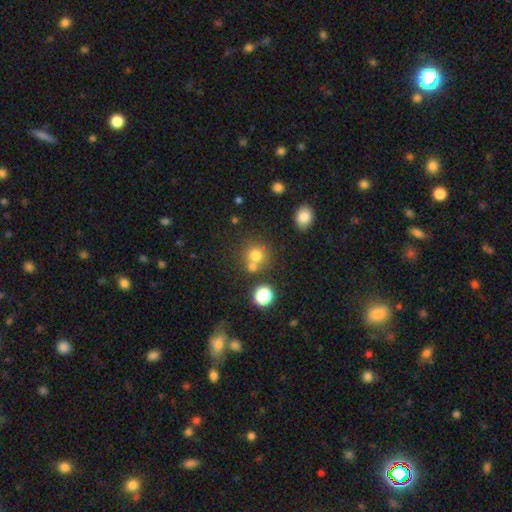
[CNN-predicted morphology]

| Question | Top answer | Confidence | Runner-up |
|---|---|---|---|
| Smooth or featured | smooth | 72% | star or artifact (17%) |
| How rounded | round | 88% | in between (11%) |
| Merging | none | 61% | merger (27%) |